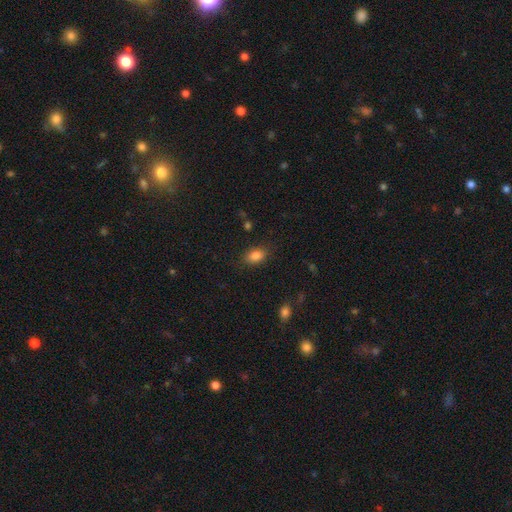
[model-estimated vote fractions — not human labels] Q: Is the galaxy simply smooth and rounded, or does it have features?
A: smooth — 85%.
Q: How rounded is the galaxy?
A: in between — 82%.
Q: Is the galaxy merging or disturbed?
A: none — 85%.